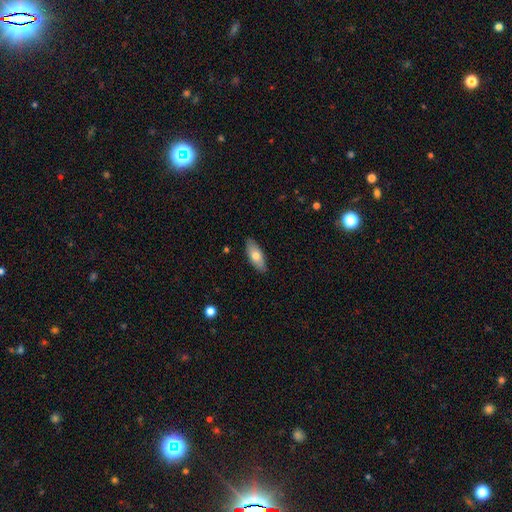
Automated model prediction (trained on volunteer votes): Smooth or featured?
  - smooth: 69% *
  - featured or disk: 25%
  - star or artifact: 6%
How rounded?
  - in between: 79% *
  - cigar-shaped: 18%
  - round: 3%
Merging?
  - none: 87% *
  - minor disturbance: 10%
  - major disturbance: 2%
  - merger: 1%